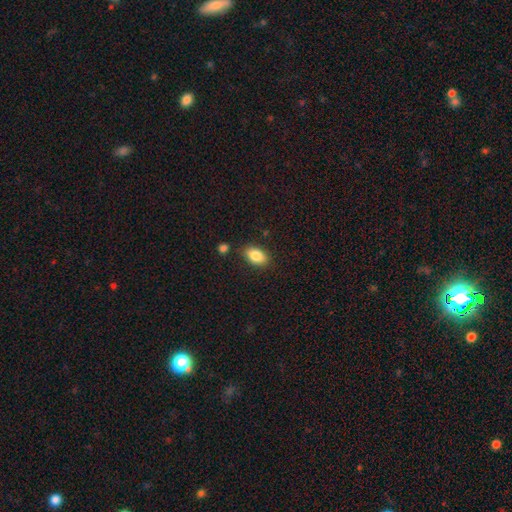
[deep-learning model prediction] A smooth galaxy with no disk features (85%) that is in between round and cigar-shaped (90%).

Vote fractions:
- Smooth or featured? smooth: 85% / star or artifact: 7% / featured or disk: 7%
- How rounded? in between: 90% / round: 8% / cigar-shaped: 2%
- Merging? none: 81% / minor disturbance: 12% / merger: 4% / major disturbance: 3%